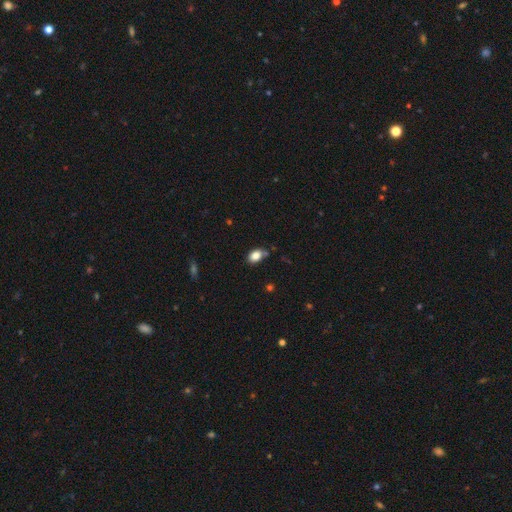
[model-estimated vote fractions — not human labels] Smooth or featured? Predicted: smooth (p=0.84). How rounded? Predicted: in between (p=0.80). Merging? Predicted: none (p=0.68).